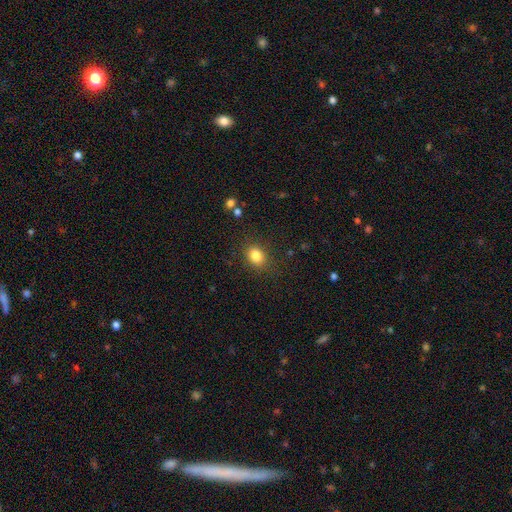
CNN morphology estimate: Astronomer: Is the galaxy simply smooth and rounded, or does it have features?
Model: smooth — 83%.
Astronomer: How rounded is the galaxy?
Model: round — 50%, tied with in between at 50%.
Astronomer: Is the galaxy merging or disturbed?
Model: none — 85%.